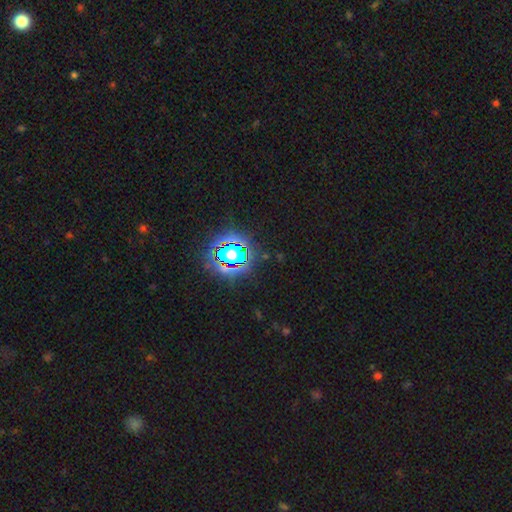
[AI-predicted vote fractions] This is clearly a star or artifact rather than a galaxy (81%).